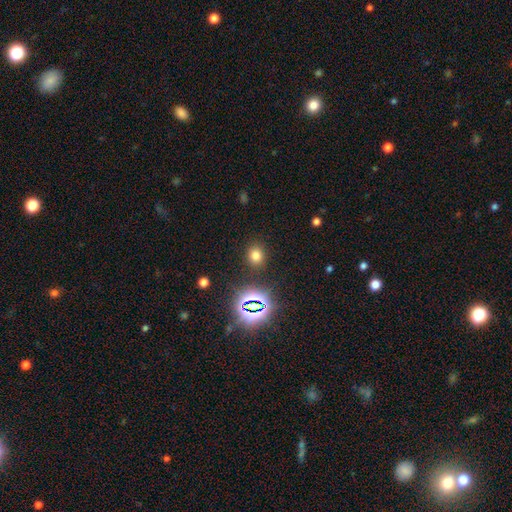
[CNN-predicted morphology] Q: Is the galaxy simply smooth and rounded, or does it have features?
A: smooth — 70%.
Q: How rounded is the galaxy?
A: round — 71%.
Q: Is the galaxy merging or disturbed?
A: none — 87%.